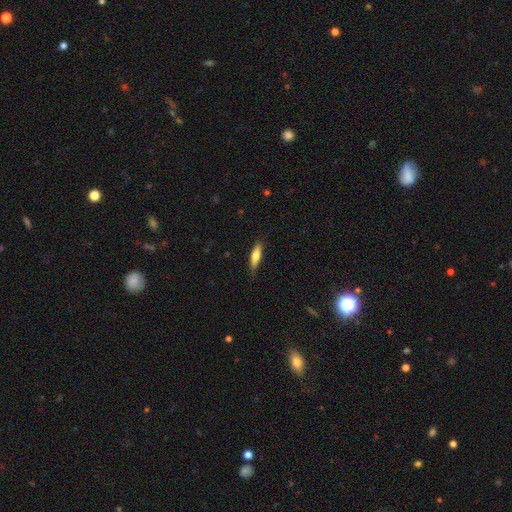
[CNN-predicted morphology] smooth 70%, featured or disk 24%, star or artifact 6%. Down the decision tree: how rounded — cigar-shaped (66%); merging — none (80%).